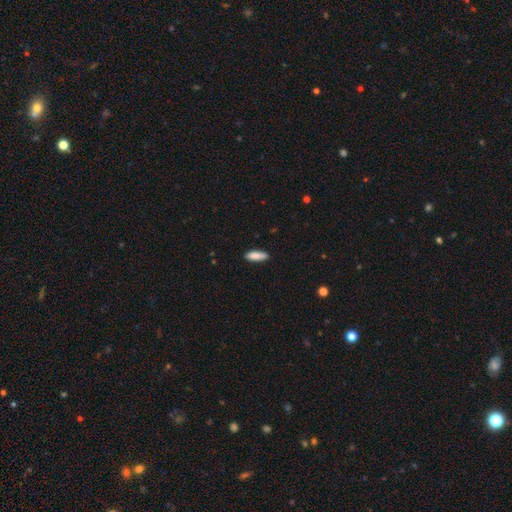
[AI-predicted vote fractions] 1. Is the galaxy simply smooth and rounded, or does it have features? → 87% smooth, 7% featured or disk, 6% star or artifact.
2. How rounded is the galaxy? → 49% cigar-shaped (tied), 49% in between (tied), 2% round.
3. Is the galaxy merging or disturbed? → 86% none, 11% minor disturbance, 2% major disturbance, 1% merger.